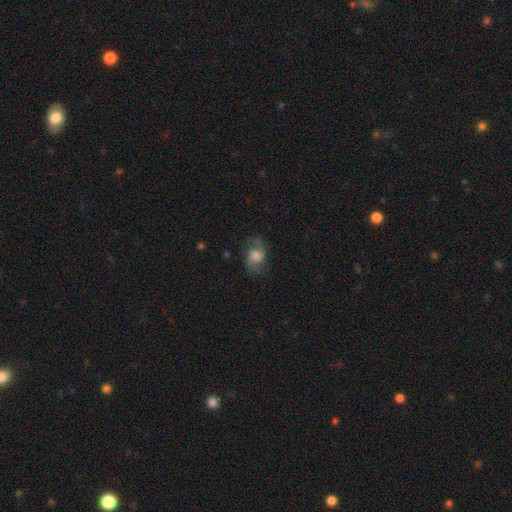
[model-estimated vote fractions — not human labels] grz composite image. It shows a featured or disk galaxy (59%) with no bar (58%), 2 (87%) loose (45%) spiral arms (90%) and a large central bulge (36%). Merging: none (69%).